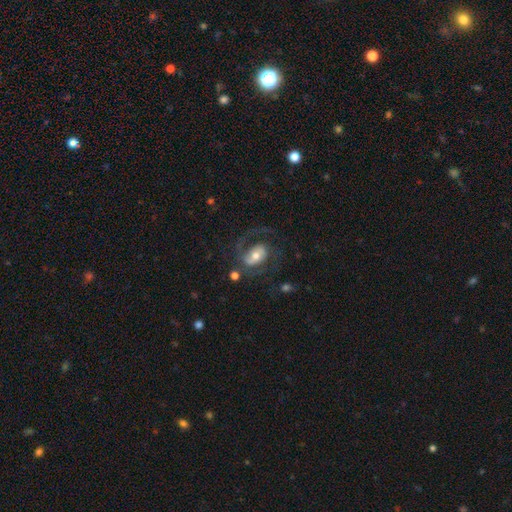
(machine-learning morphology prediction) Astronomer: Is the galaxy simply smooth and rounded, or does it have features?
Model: featured or disk — 71%.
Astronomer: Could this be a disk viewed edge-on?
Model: no — 96%.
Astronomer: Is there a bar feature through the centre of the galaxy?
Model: no — 42% (runner-up: weak, 36%).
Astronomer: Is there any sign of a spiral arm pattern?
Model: yes — 85%.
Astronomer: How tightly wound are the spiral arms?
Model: medium — 49% (runner-up: loose, 30%).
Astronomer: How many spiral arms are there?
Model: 2 — 69%.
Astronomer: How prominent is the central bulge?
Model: moderate — 62%.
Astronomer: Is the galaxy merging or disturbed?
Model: none — 54%.